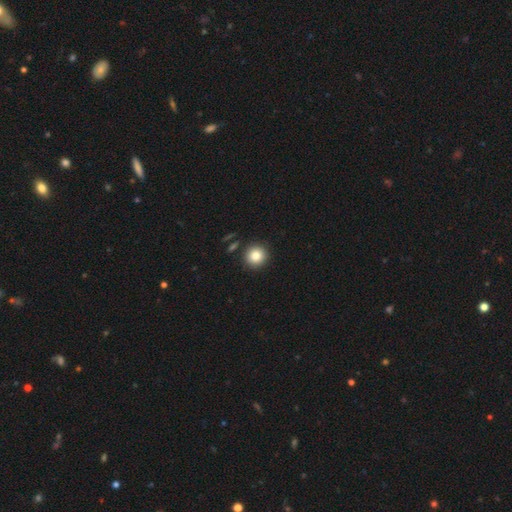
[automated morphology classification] Overall: smooth (83%). How rounded: round (93%). Merging: none (88%).